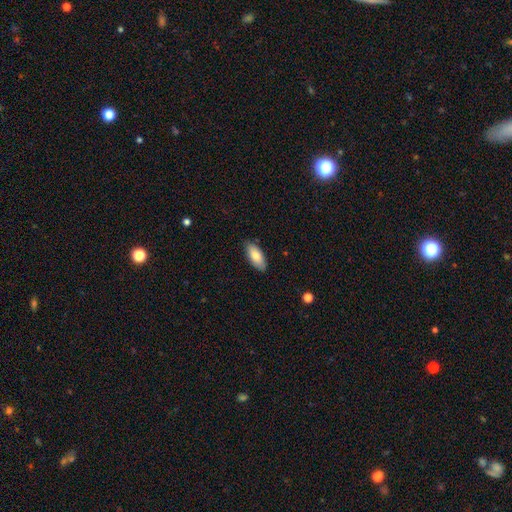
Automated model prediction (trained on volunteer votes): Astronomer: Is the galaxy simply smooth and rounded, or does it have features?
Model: smooth — 80%.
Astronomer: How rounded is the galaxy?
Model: in between — 87%.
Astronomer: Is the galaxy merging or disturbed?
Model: none — 85%.